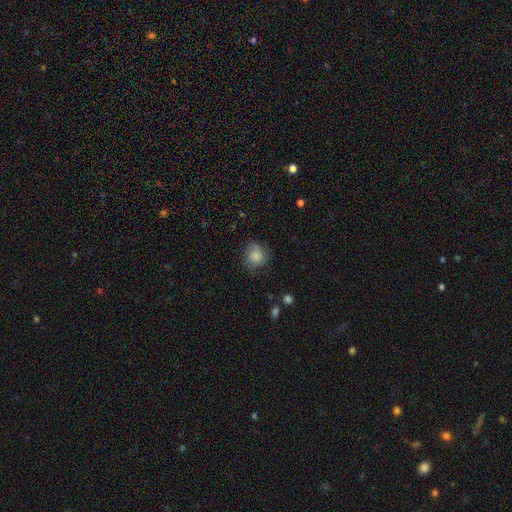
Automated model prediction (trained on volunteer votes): This is clearly a smooth galaxy (80%). How rounded: likely round (74%). Merging: likely none (63%).